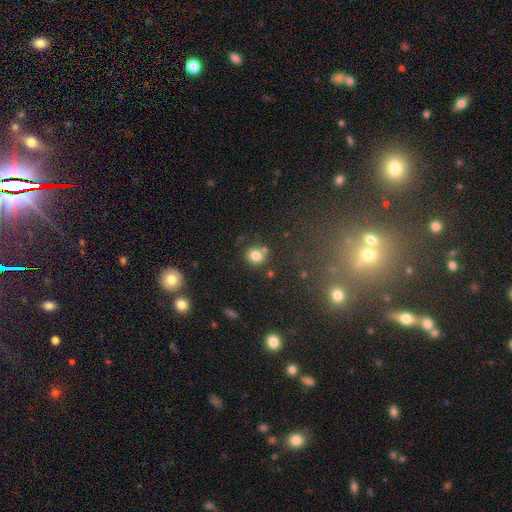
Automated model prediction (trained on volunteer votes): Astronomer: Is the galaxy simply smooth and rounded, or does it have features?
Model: smooth — 80%.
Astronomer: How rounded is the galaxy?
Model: round — 87%.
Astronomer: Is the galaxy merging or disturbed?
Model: none — 72%.